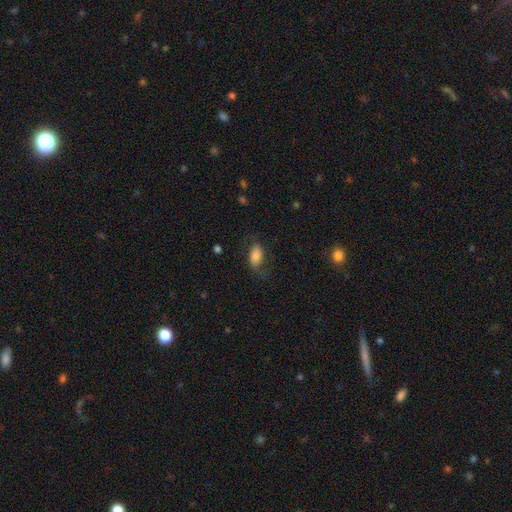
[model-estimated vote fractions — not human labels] Q: Smooth or featured?
A: smooth (70%); runner-up: featured or disk (22%)
Q: How rounded?
A: in between (91%); runner-up: round (5%)
Q: Merging?
A: none (64%); runner-up: minor disturbance (21%)